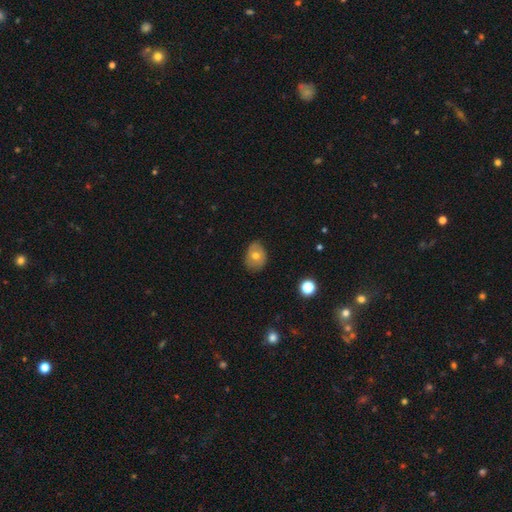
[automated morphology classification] Overall: smooth (67%). How rounded: in between (54%; round 45%). Merging: none (71%).